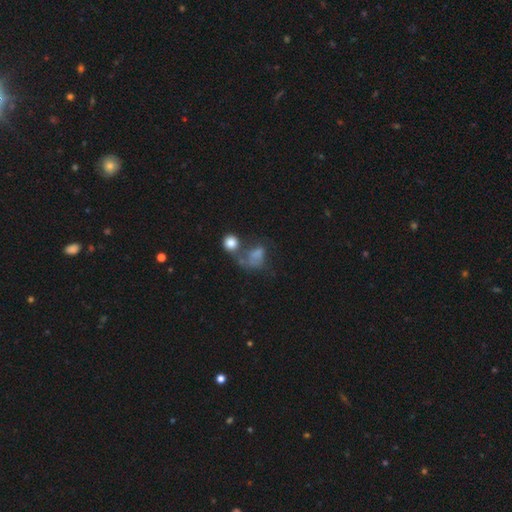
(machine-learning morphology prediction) This is likely a smooth galaxy (62%). How rounded: likely in between (61%). Merging: marginally merger (32%, tied with major disturbance).